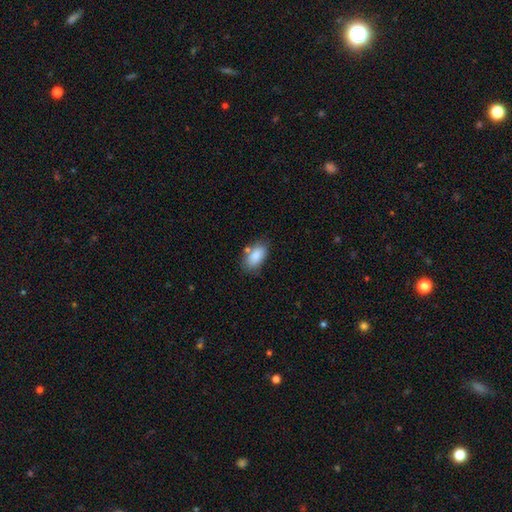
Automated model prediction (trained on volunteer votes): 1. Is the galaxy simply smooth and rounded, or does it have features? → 86% smooth, 7% star or artifact, 7% featured or disk.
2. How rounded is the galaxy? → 92% in between, 5% round, 3% cigar-shaped.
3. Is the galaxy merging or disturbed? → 70% none, 17% minor disturbance, 9% merger, 4% major disturbance.